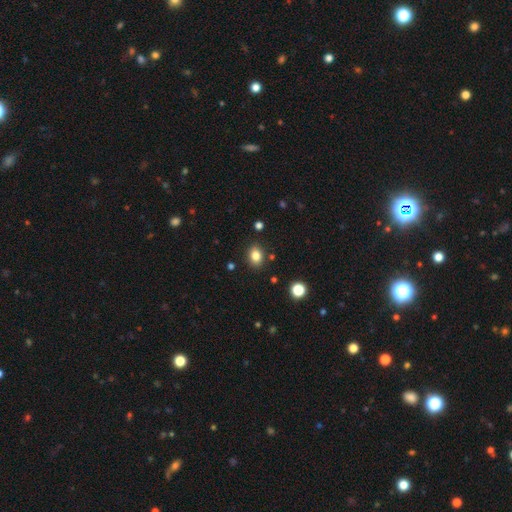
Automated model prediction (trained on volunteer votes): Overall: smooth (83%). How rounded: in between (58%; round 41%). Merging: none (86%).